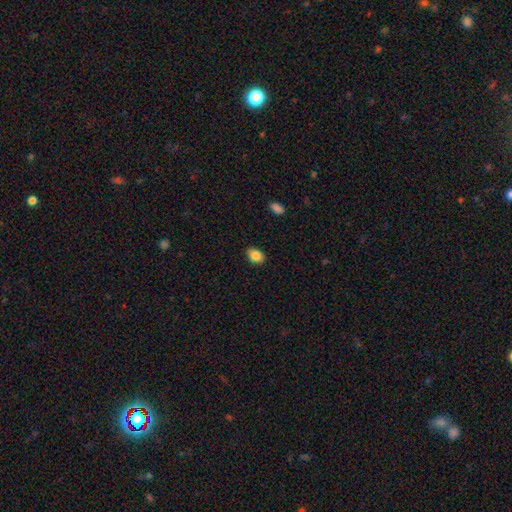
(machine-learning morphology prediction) A smooth galaxy with no disk features (85%) that is in between round and cigar-shaped (75%).

Vote fractions:
- Smooth or featured? smooth: 85% / star or artifact: 8% / featured or disk: 6%
- How rounded? in between: 75% / round: 24% / cigar-shaped: 1%
- Merging? none: 87% / minor disturbance: 10% / major disturbance: 2% / merger: 1%